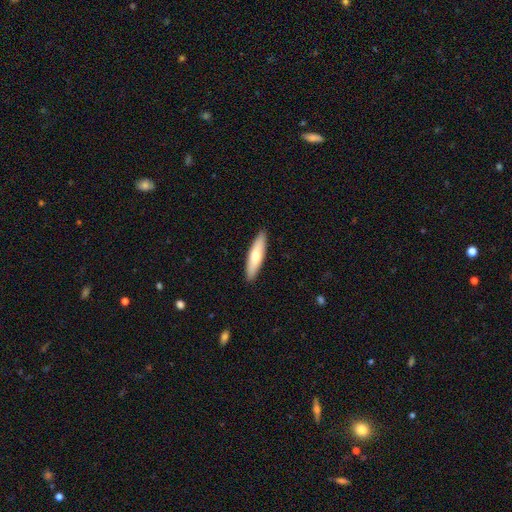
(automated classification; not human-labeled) A smooth galaxy with no disk features (64%) that is cigar-shaped (75%). Merging: none (91%).